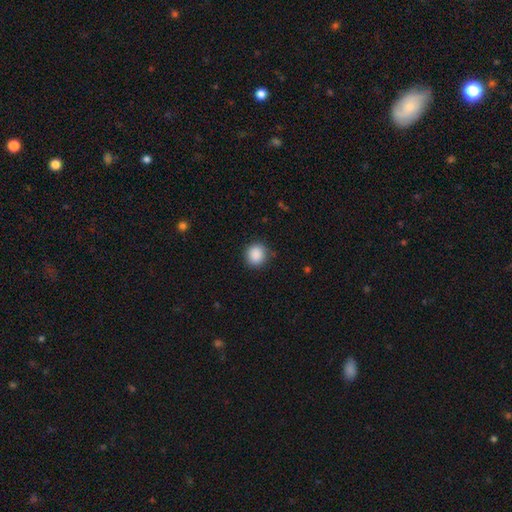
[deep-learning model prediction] smooth_or_featured: smooth (p=0.89) [alt: star or artifact p=0.08]
how_rounded: round (p=0.88) [alt: in between p=0.11]
merging: none (p=0.84) [alt: minor disturbance p=0.12]